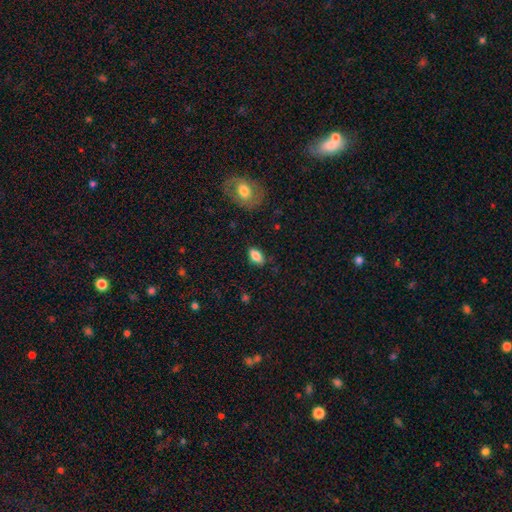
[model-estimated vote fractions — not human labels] Smooth or featured?
  - smooth: 85% *
  - star or artifact: 8%
  - featured or disk: 8%
How rounded?
  - in between: 91% *
  - round: 5%
  - cigar-shaped: 4%
Merging?
  - none: 84% *
  - minor disturbance: 12%
  - major disturbance: 3%
  - merger: 1%